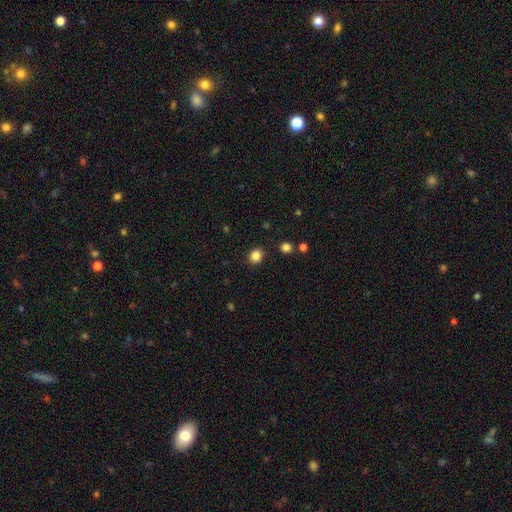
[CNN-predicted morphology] smooth 85%, star or artifact 11%, featured or disk 3%. Down the decision tree: how rounded — round (78%); merging — none (89%).